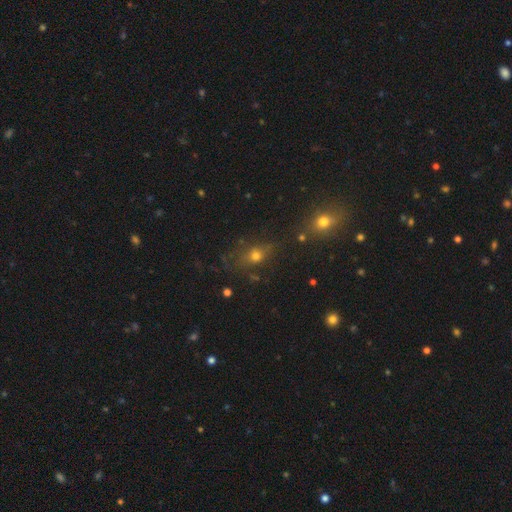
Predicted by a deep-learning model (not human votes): smooth 59%, star or artifact 25%, featured or disk 16%. Down the decision tree: how rounded — round (49%); merging — none (65%).